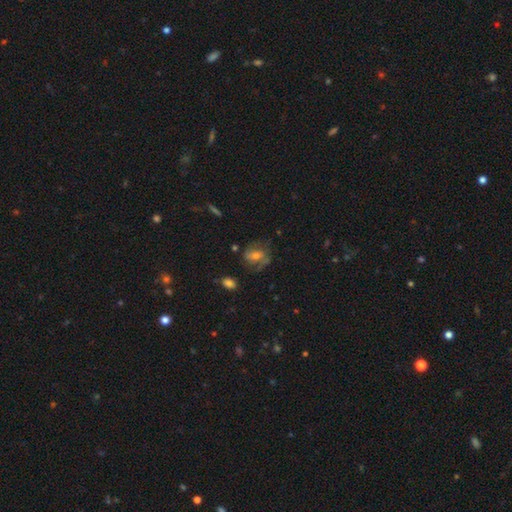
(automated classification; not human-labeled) A featured or disk galaxy (53%) with no bar (44%), spiral arms (74%) and a moderate central bulge (54%).

Vote fractions:
- Smooth or featured? featured or disk: 53% / smooth: 35% / star or artifact: 13%
- Edge-on disk? no: 95% / yes: 5%
- Bar? no: 44% / weak: 39% / strong: 17%
- Spiral arms? yes: 74% / no: 26%
- Bulge size? moderate: 54% / small: 33% / large: 7% / none: 4% / dominant: 1%
- Merging? none: 60% / minor disturbance: 22% / major disturbance: 16% / merger: 3%